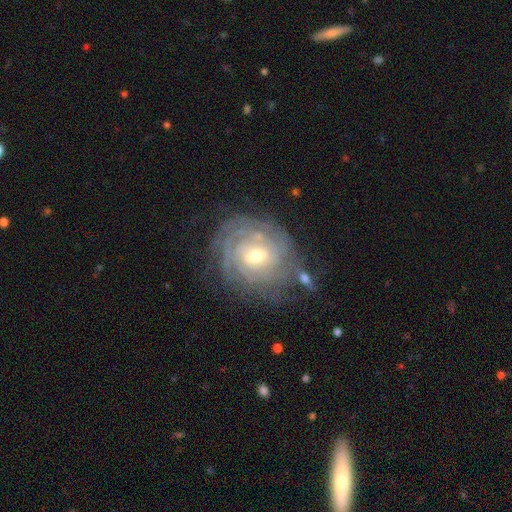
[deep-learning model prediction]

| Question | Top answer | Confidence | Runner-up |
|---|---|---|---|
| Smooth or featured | featured or disk | 86% | smooth (8%) |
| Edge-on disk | no | 97% | yes (3%) |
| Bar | weak | 46% | no (41%) |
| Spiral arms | yes | 96% | no (4%) |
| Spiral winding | tight | 83% | medium (14%) |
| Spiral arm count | can't tell | 40% | 4 (19%) |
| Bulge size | moderate | 53% | small (43%) |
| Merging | none | 72% | minor disturbance (17%) |